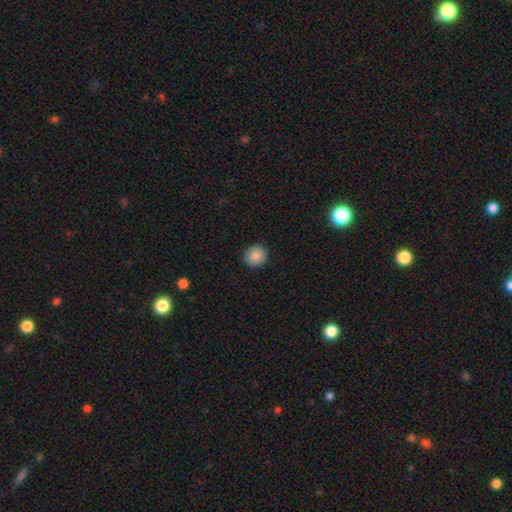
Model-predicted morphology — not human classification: type=smooth (88%); roundness=round (83%); merging=none (89%).